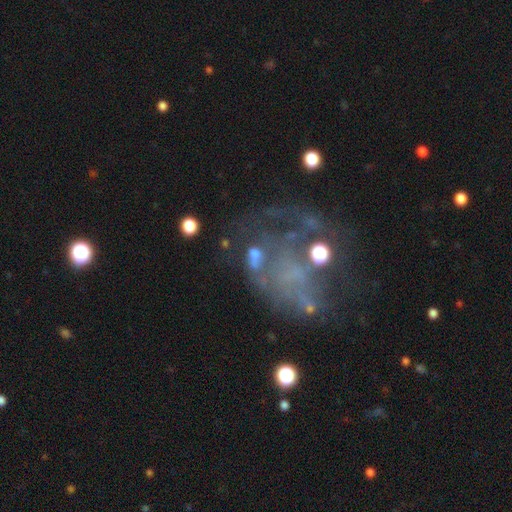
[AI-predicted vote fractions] smooth_or_featured: featured or disk (p=0.51) [alt: star or artifact p=0.25]
disk_edge_on: no (p=0.97) [alt: yes p=0.03]
merging: major disturbance (p=0.36) [alt: none p=0.35]